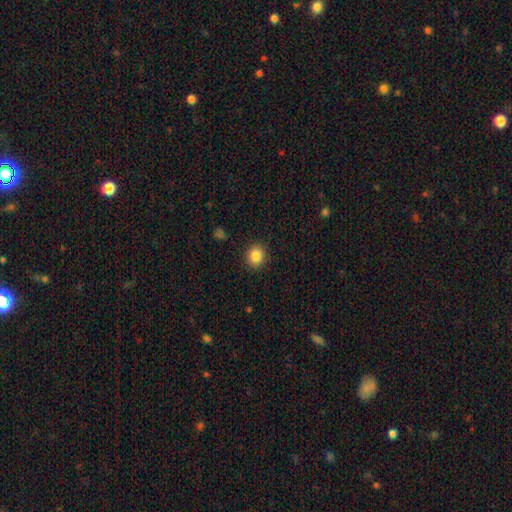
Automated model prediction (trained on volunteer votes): Smooth or featured? smooth (86%)
How rounded? round (80%)
Merging? none (90%)